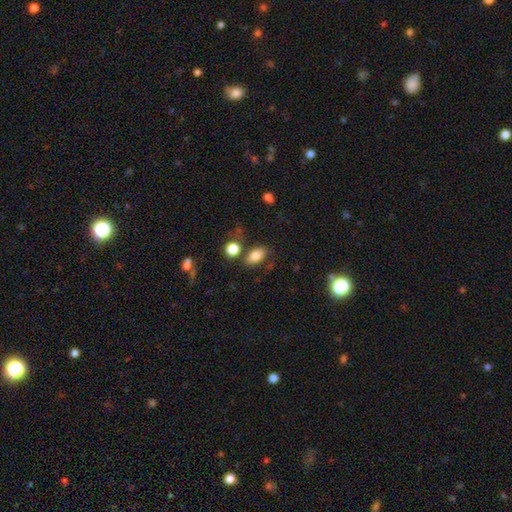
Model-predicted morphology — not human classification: Q: Smooth or featured?
A: smooth (81%); runner-up: featured or disk (10%)
Q: How rounded?
A: in between (88%); runner-up: round (10%)
Q: Merging?
A: none (72%); runner-up: minor disturbance (14%)